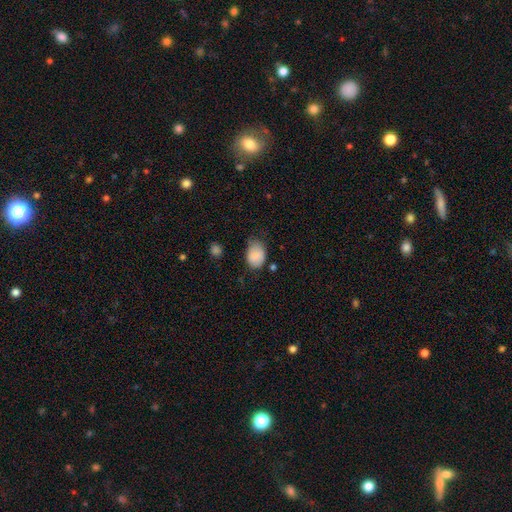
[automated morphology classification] Q: Smooth or featured?
A: smooth (86%); runner-up: star or artifact (8%)
Q: How rounded?
A: in between (72%); runner-up: round (27%)
Q: Merging?
A: none (58%); runner-up: minor disturbance (33%)